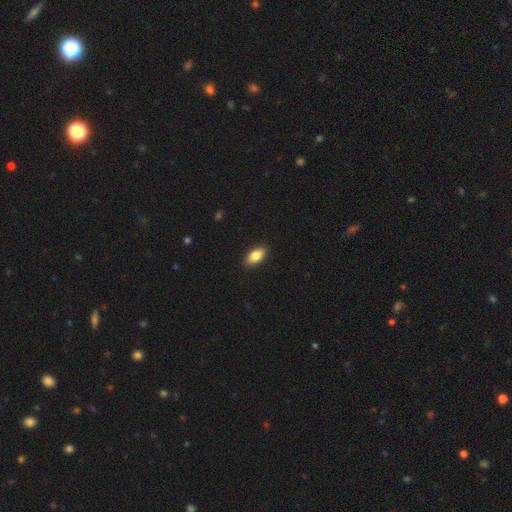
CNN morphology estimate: Smooth or featured: smooth — 84% (featured or disk — 9%)
How rounded: in between — 91% (cigar-shaped — 6%)
Merging: none — 89% (minor disturbance — 8%)